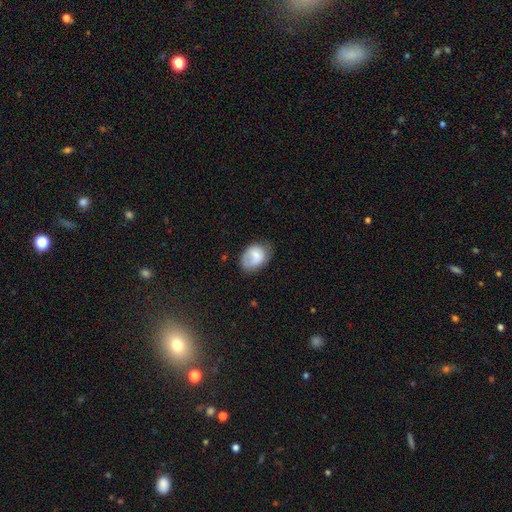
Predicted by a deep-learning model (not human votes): Smooth or featured? smooth (72%)
How rounded? in between (69%)
Merging? none (52%)